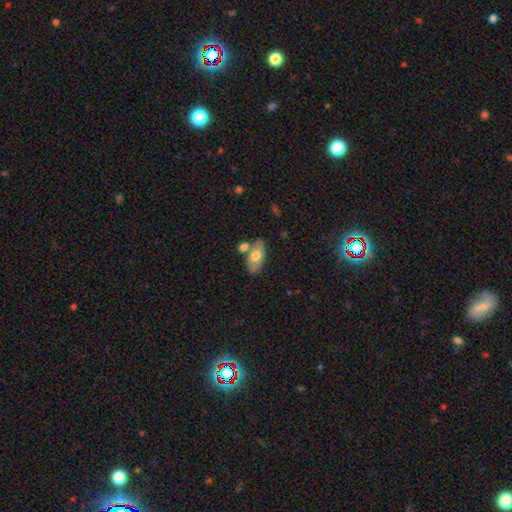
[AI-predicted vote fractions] Morphology: type=smooth (63%); roundness=in between (91%); merging=none (61%).